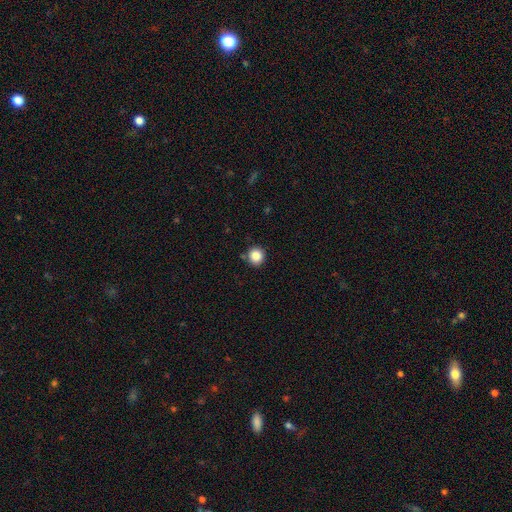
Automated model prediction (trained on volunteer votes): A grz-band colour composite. It shows a smooth galaxy with no disk features (85%) that is round (92%). Merging: none (85%).